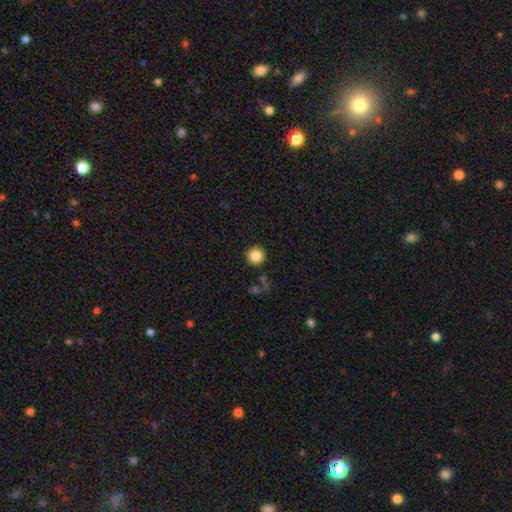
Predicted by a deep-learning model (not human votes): A smooth galaxy with no disk features (84%) that is round (96%). Merging: none (90%).